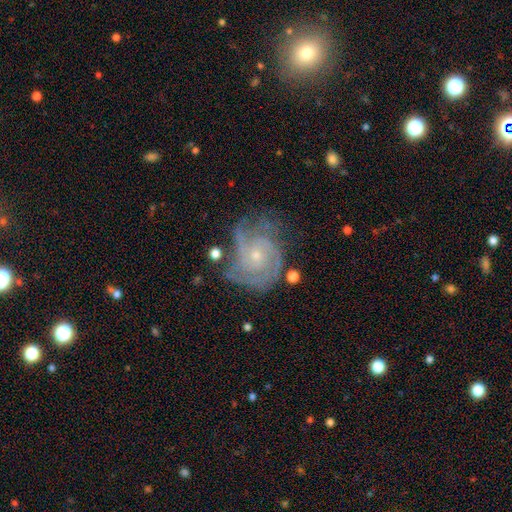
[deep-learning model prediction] The model was most divided on "spiral arm count": 3: 34%, can't tell: 19%, 2: 18%, 4: 17%, more than 4: 6%, 1: 6%. More confident: edge-on disk — no (98%); spiral arms — yes (97%); smooth or featured — featured or disk (88%); bar — no (74%); bulge size — small (74%); merging — none (62%); spiral winding — tight (62%).